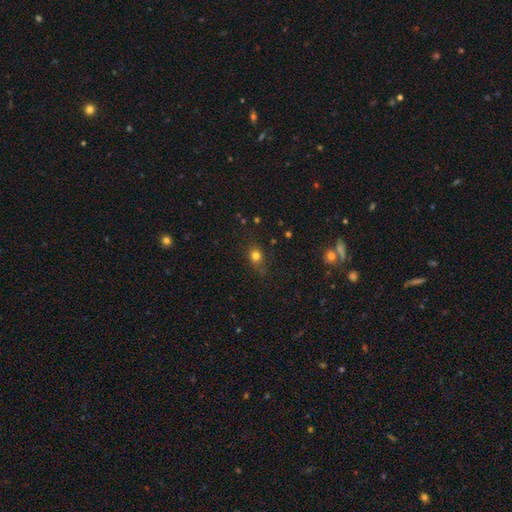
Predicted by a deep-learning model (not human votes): smooth 75%, star or artifact 16%, featured or disk 9%. Down the decision tree: how rounded — round (59%); merging — none (76%).